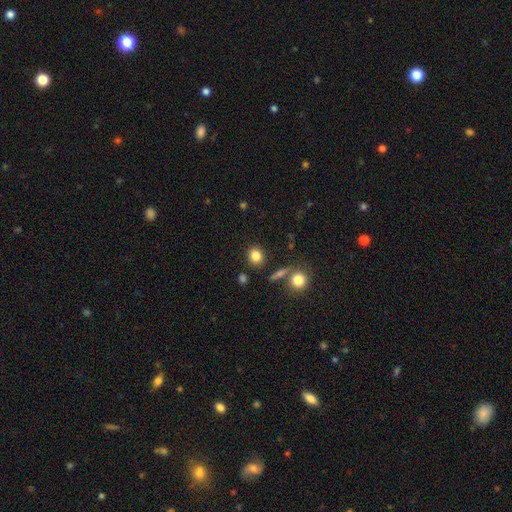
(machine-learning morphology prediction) A smooth galaxy with no disk features (83%) that is round (77%). Merging: none (83%).